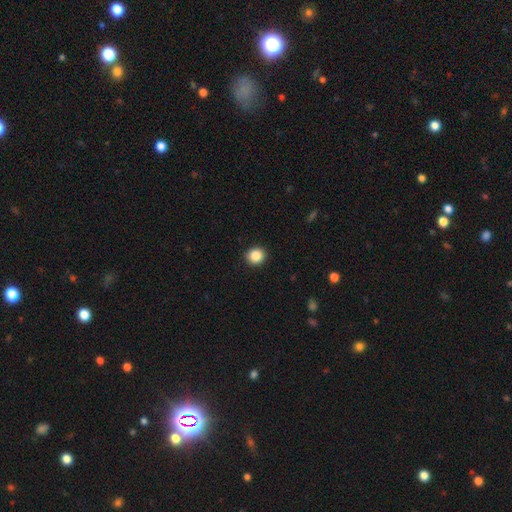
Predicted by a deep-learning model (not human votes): This is clearly a smooth galaxy (87%). How rounded: clearly round (86%). Merging: clearly none (91%).